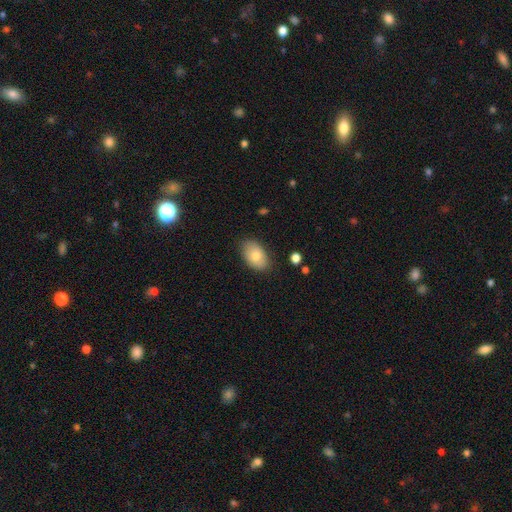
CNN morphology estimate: A smooth galaxy with no disk features (78%) that is in between round and cigar-shaped (90%).

Vote fractions:
- Smooth or featured? smooth: 78% / featured or disk: 15% / star or artifact: 7%
- How rounded? in between: 90% / round: 8% / cigar-shaped: 1%
- Merging? none: 80% / minor disturbance: 16% / major disturbance: 3% / merger: 1%